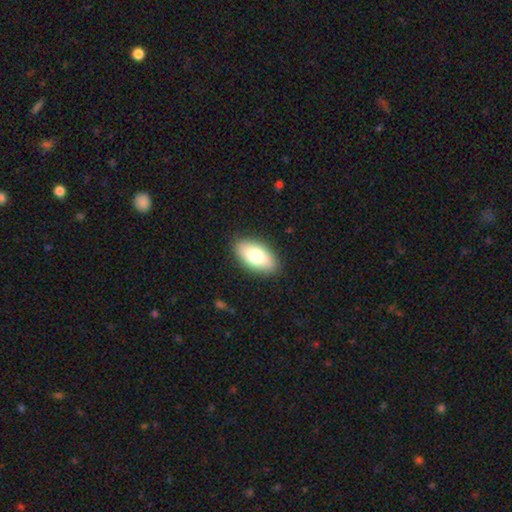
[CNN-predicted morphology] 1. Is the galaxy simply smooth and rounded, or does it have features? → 76% smooth, 17% featured or disk, 6% star or artifact.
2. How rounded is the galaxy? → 93% in between, 3% cigar-shaped, 3% round.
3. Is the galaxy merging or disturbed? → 87% none, 9% minor disturbance, 2% major disturbance, 1% merger.